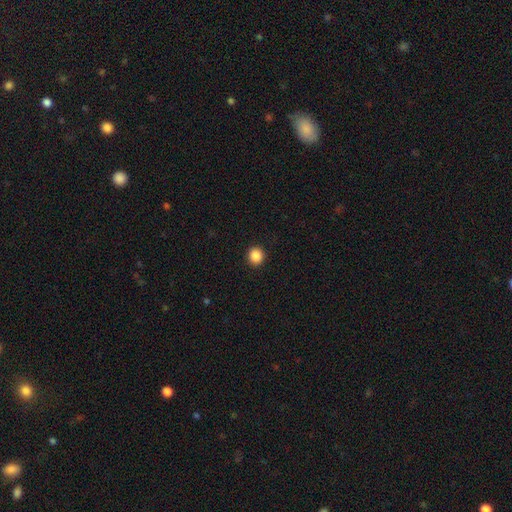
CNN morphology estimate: Q: Smooth or featured?
A: smooth (87%); runner-up: star or artifact (10%)
Q: How rounded?
A: round (90%); runner-up: in between (9%)
Q: Merging?
A: none (93%); runner-up: minor disturbance (5%)